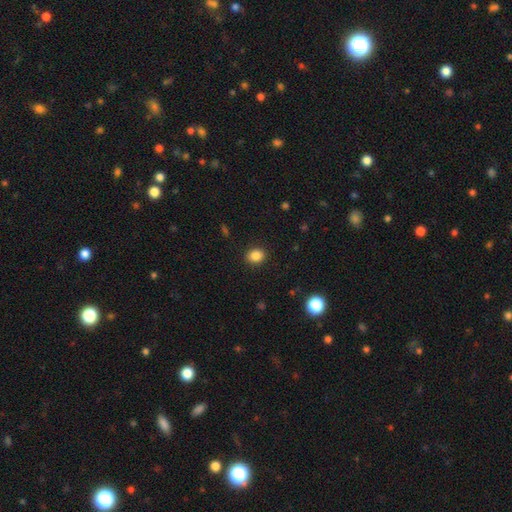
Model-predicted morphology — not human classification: Overall: smooth (86%). How rounded: round (59%; in between 41%). Merging: none (90%).